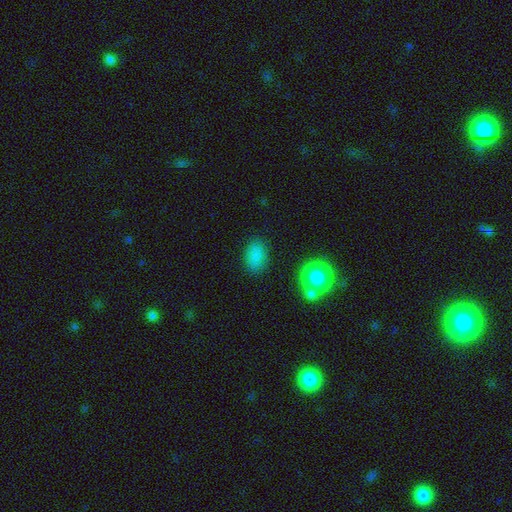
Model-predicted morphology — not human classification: Smooth or featured?
  - smooth: 83% *
  - star or artifact: 12%
  - featured or disk: 5%
How rounded?
  - in between: 86% *
  - round: 13%
  - cigar-shaped: 2%
Merging?
  - none: 82% *
  - minor disturbance: 11%
  - major disturbance: 4%
  - merger: 3%